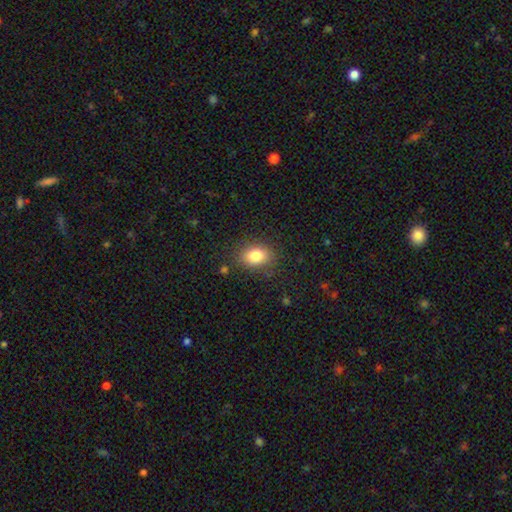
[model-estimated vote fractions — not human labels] Morphology: type=smooth (82%); roundness=in between (69%); merging=none (82%).